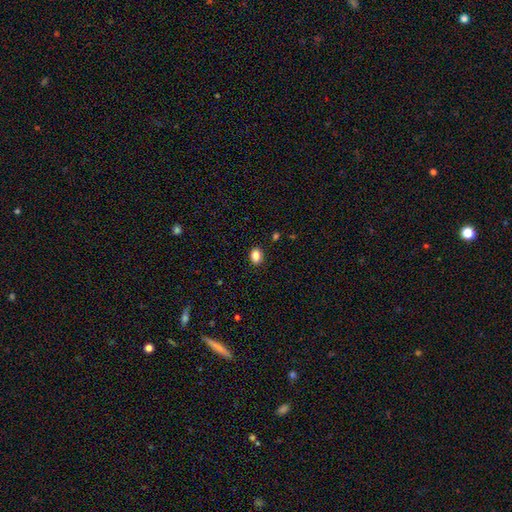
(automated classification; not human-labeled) smooth 84%, star or artifact 10%, featured or disk 6%. Down the decision tree: how rounded — in between (62%); merging — none (90%).